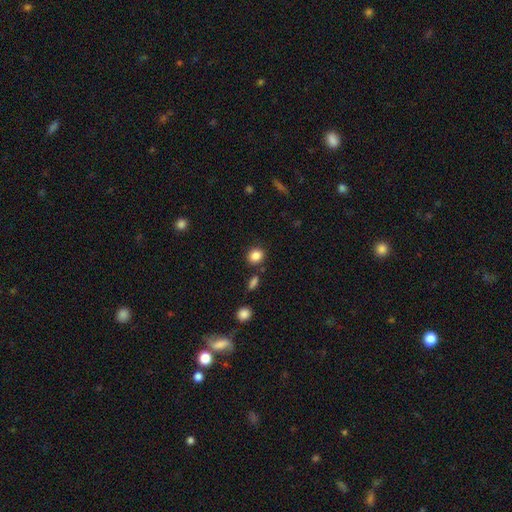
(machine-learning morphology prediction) smooth 86%, star or artifact 10%, featured or disk 5%. Down the decision tree: how rounded — round (74%); merging — none (83%).